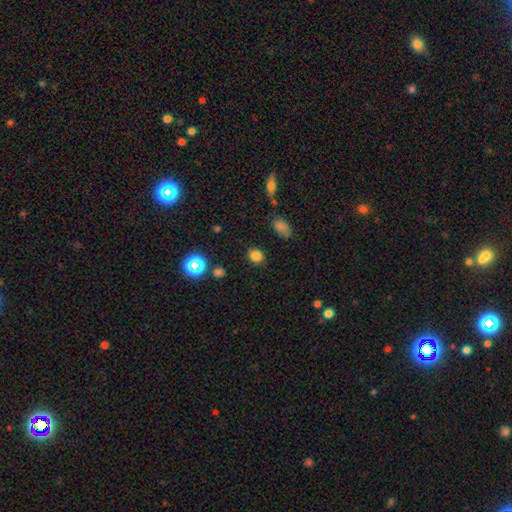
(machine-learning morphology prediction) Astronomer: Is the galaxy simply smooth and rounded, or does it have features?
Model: smooth — 81%.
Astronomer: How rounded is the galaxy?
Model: round — 69%.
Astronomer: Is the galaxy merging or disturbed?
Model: none — 84%.